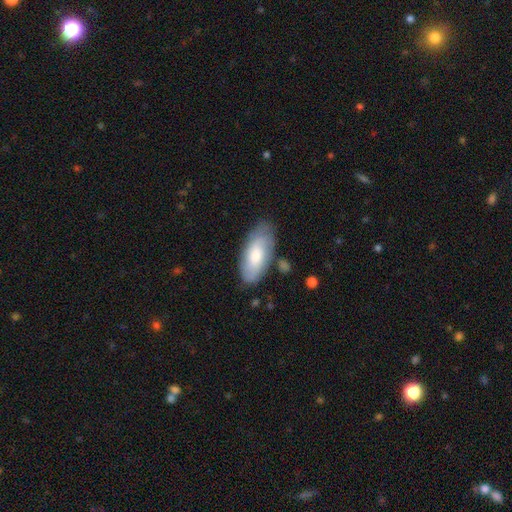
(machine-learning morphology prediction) Smooth or featured? Predicted: smooth (p=0.63). How rounded? Predicted: in between (p=0.87). Merging? Predicted: none (p=0.74).